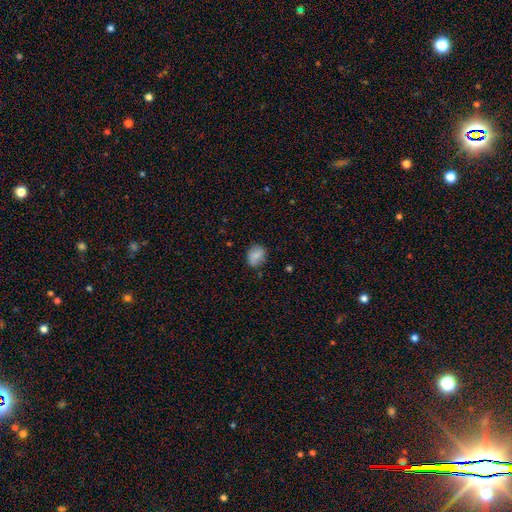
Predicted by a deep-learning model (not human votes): Smooth or featured? Predicted: smooth (p=0.81). How rounded? Predicted: in between (p=0.51). Merging? Predicted: none (p=0.75).